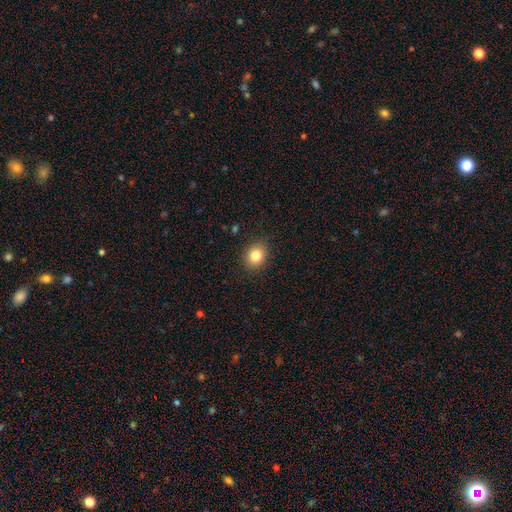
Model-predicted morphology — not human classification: Smooth or featured? smooth (83%)
How rounded? round (59%)
Merging? none (88%)